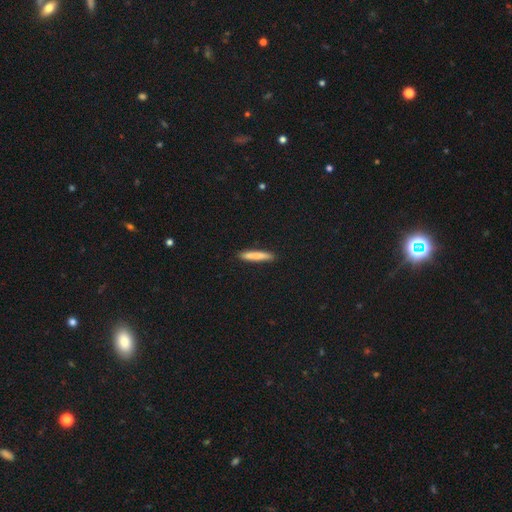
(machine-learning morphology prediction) This is clearly a smooth galaxy (81%). How rounded: clearly cigar-shaped (94%). Merging: clearly none (91%).